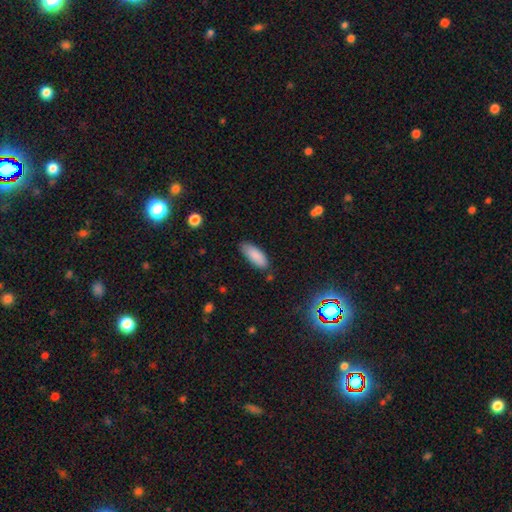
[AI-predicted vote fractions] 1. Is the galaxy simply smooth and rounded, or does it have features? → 88% smooth, 7% star or artifact, 6% featured or disk.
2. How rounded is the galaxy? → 75% in between, 23% cigar-shaped, 2% round.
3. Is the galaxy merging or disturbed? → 79% none, 16% minor disturbance, 3% major disturbance, 2% merger.